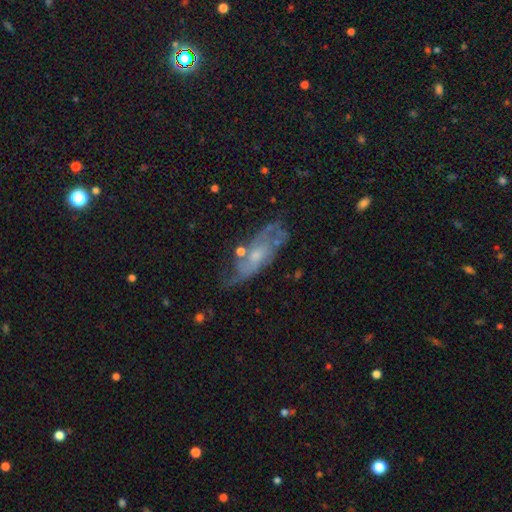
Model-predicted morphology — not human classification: Smooth or featured? featured or disk (71%)
Edge-on disk? no (88%)
Bar? no (65%)
Spiral arms? yes (83%)
Spiral winding? medium (42%)
Spiral arm count? 2 (43%)
Bulge size? small (58%)
Merging? none (57%)